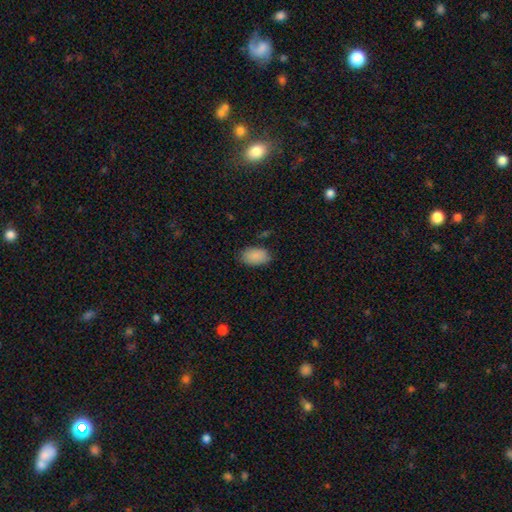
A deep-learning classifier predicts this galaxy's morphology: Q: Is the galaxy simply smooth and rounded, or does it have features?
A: smooth — 89%.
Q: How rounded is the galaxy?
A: in between — 93%.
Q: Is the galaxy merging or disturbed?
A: none — 81%.